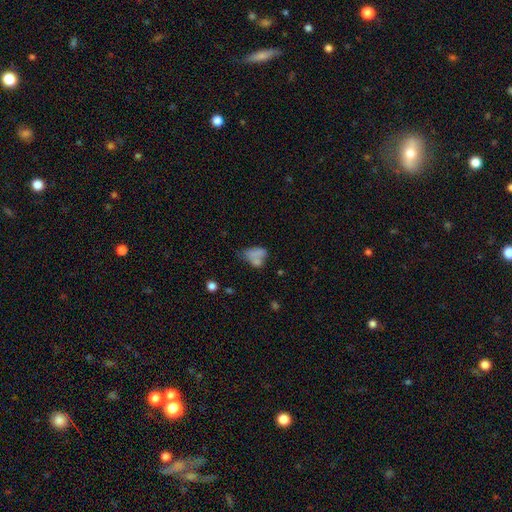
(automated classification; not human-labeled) A smooth galaxy with no disk features (68%) that is in between round and cigar-shaped (81%).

Vote fractions:
- Smooth or featured? smooth: 68% / featured or disk: 20% / star or artifact: 12%
- How rounded? in between: 81% / round: 16% / cigar-shaped: 3%
- Merging? merger: 32% / none: 27% / minor disturbance: 21% / major disturbance: 20%